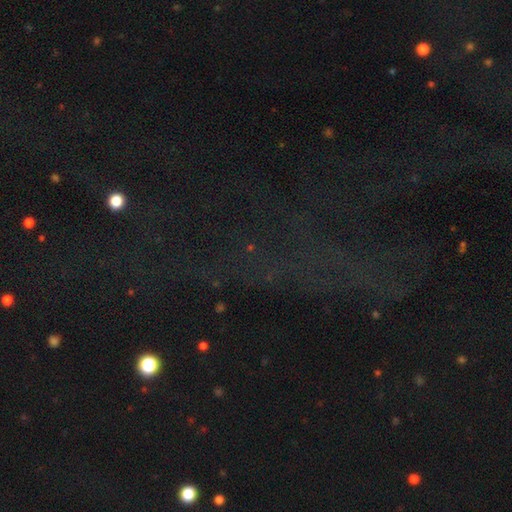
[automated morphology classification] Smooth or featured: star or artifact — 70% (smooth — 16%)